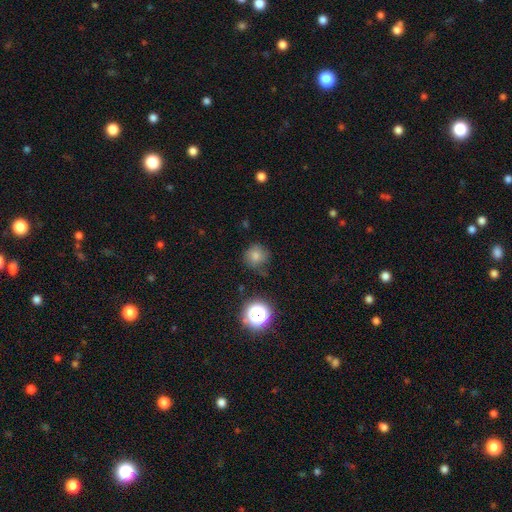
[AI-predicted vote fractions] Overall: smooth (74%). How rounded: round (91%). Merging: none (72%).